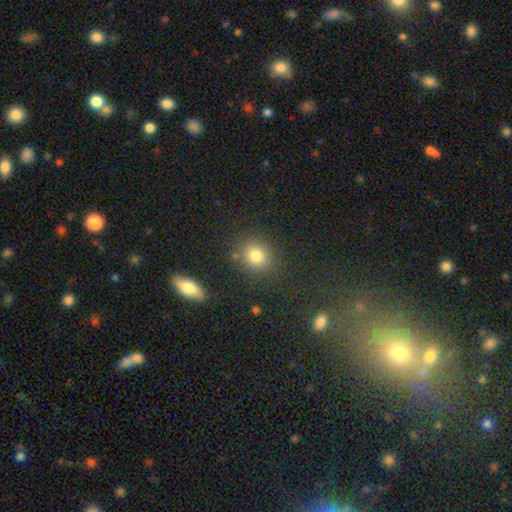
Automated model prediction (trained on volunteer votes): smooth 79%, star or artifact 14%, featured or disk 7%. Down the decision tree: how rounded — round (74%); merging — none (82%).